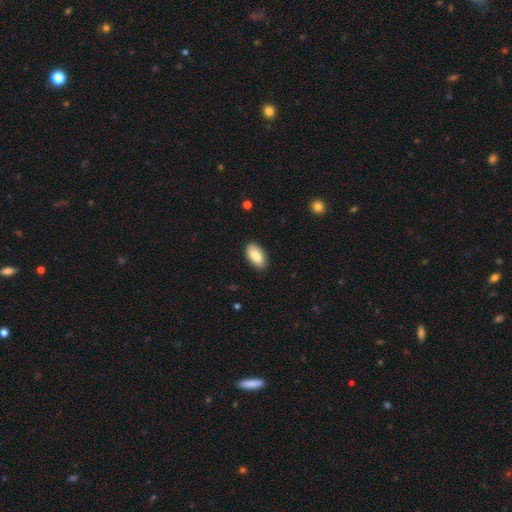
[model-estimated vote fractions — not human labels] A smooth galaxy with no disk features (86%) that is in between round and cigar-shaped (94%).

Vote fractions:
- Smooth or featured? smooth: 86% / featured or disk: 8% / star or artifact: 6%
- How rounded? in between: 94% / round: 3% / cigar-shaped: 3%
- Merging? none: 88% / minor disturbance: 9% / major disturbance: 2% / merger: 1%